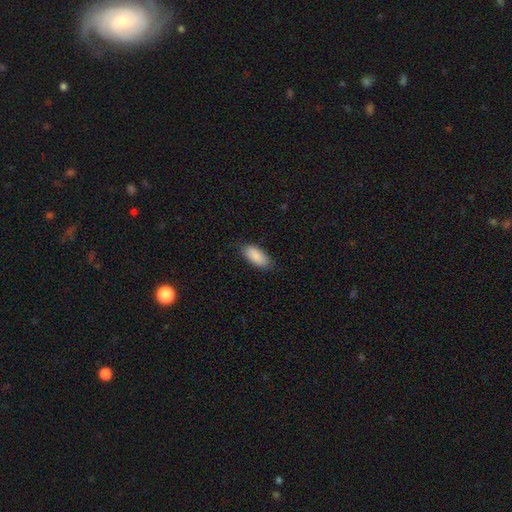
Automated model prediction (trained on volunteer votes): This is clearly a smooth galaxy (89%). How rounded: clearly in between (89%). Merging: clearly none (80%).